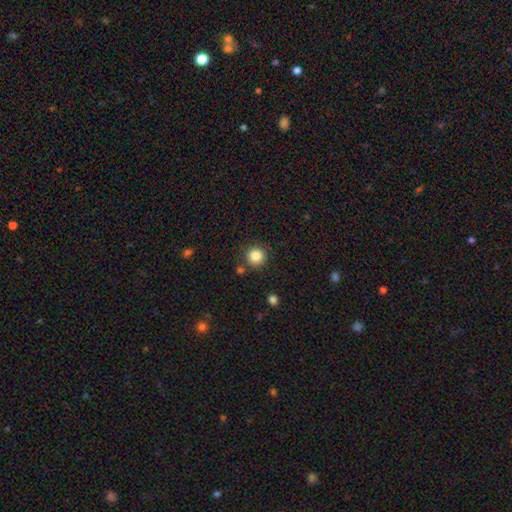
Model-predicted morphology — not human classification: Q: Smooth or featured?
A: smooth (83%); runner-up: star or artifact (11%)
Q: How rounded?
A: round (94%); runner-up: in between (5%)
Q: Merging?
A: none (85%); runner-up: minor disturbance (8%)